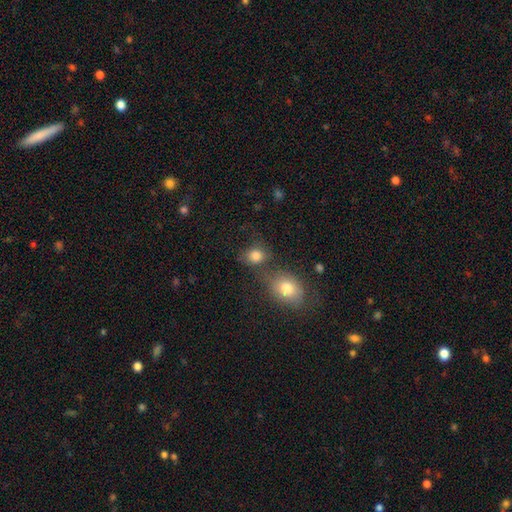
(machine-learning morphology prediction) Smooth or featured: smooth — 81% (star or artifact — 12%)
How rounded: round — 58% (in between — 40%)
Merging: none — 52% (merger — 28%)